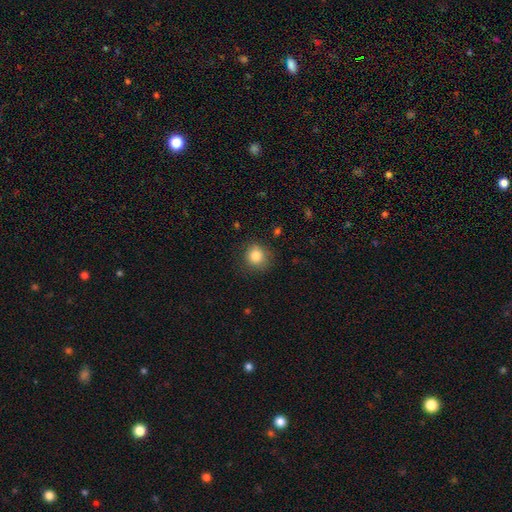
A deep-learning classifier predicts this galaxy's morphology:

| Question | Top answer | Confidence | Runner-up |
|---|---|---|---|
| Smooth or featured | smooth | 84% | star or artifact (10%) |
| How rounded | round | 86% | in between (13%) |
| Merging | none | 81% | minor disturbance (14%) |